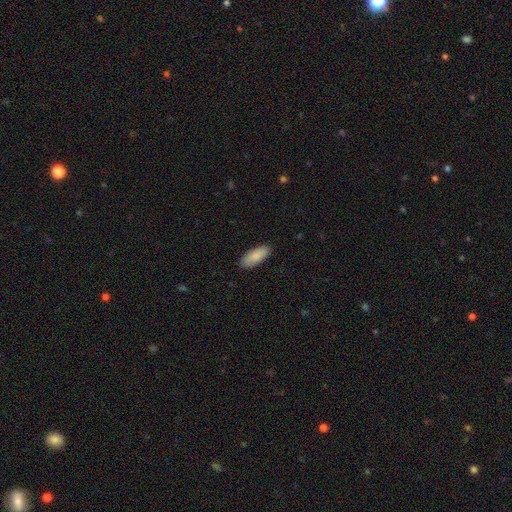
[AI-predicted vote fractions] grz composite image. It shows a smooth galaxy with no disk features (89%) that is in between round and cigar-shaped (83%). Merging: none (89%).